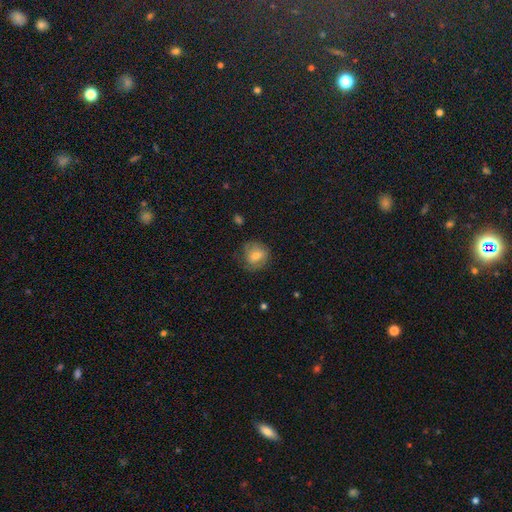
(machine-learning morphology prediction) smooth-or-featured: smooth: 54% | featured or disk: 36% | star or artifact: 9%
  how-rounded: round: 75% | in between: 24% | cigar-shaped: 1%
  merging: none: 66% | minor disturbance: 23% | major disturbance: 10% | merger: 1%